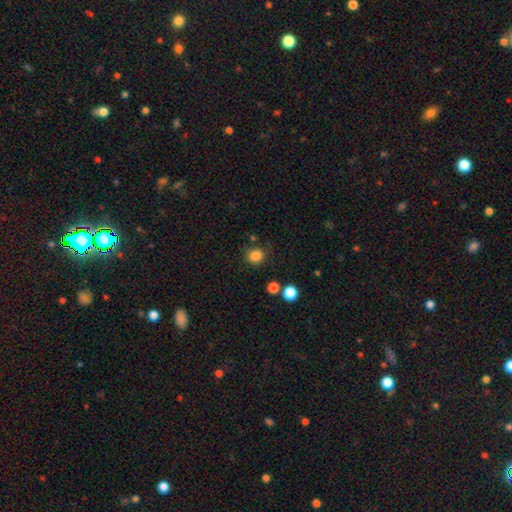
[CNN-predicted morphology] Smooth or featured? smooth (84%)
How rounded? round (89%)
Merging? none (82%)